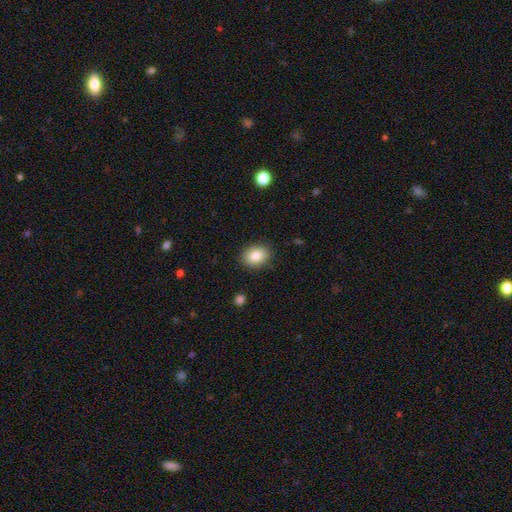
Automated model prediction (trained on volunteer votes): Overall: smooth (84%). How rounded: in between (56%; round 43%). Merging: none (87%).